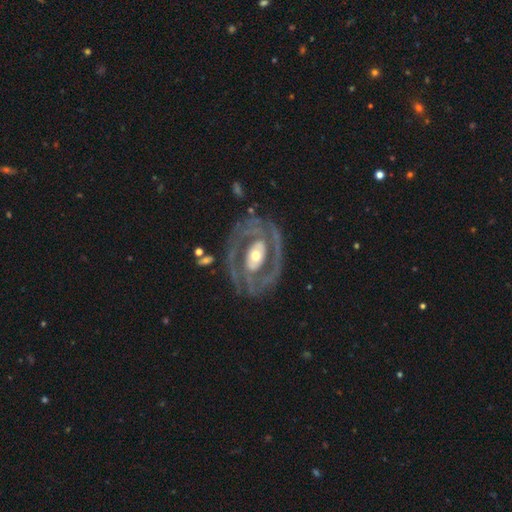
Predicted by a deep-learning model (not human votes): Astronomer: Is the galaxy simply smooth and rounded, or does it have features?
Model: featured or disk — 82%.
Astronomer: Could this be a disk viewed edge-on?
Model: no — 95%.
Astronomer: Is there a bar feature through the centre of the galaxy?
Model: no — 52%.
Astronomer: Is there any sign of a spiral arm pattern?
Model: yes — 66%.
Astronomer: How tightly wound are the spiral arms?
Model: tight — 53% (runner-up: medium, 33%).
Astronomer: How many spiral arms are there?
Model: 2 — 57%.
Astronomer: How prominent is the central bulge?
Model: moderate — 63%.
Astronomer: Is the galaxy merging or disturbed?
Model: none — 71%.